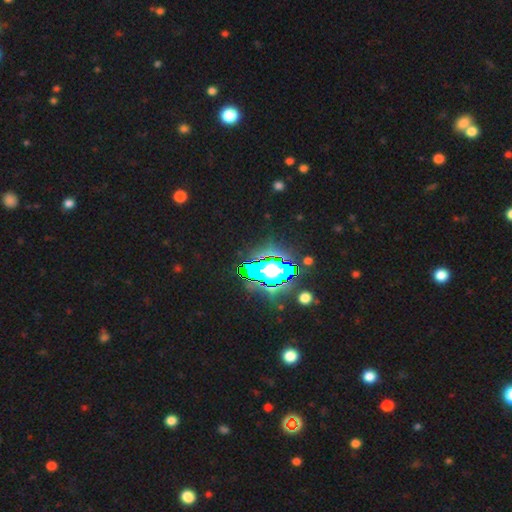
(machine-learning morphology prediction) star or artifact 80%, smooth 11%, featured or disk 9%.